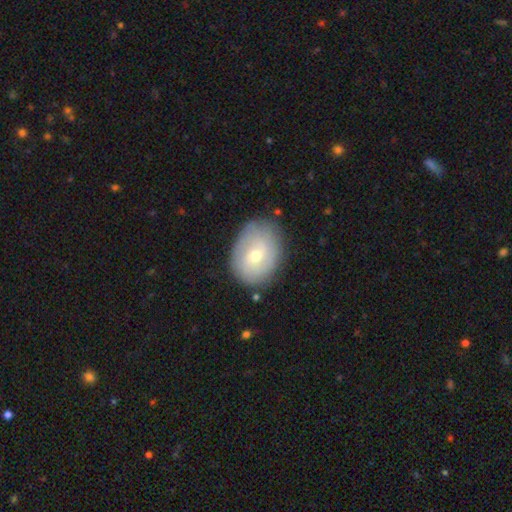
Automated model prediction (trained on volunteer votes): A featured or disk galaxy (48%). Merging: none (78%).